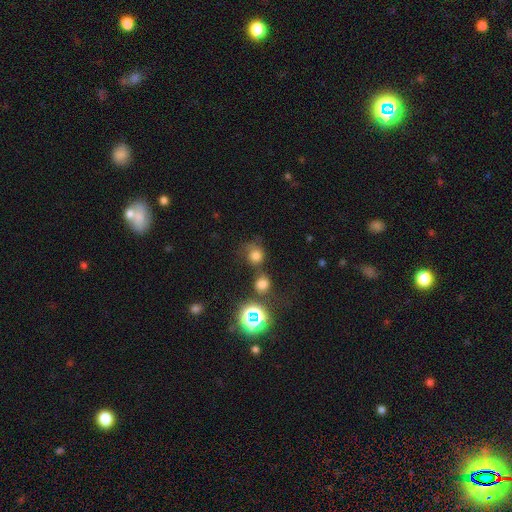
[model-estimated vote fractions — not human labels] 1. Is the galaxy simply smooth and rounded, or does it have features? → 70% smooth, 21% star or artifact, 9% featured or disk.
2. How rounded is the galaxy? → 83% round, 15% in between, 1% cigar-shaped.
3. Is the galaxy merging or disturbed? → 53% none, 21% merger, 16% minor disturbance, 9% major disturbance.